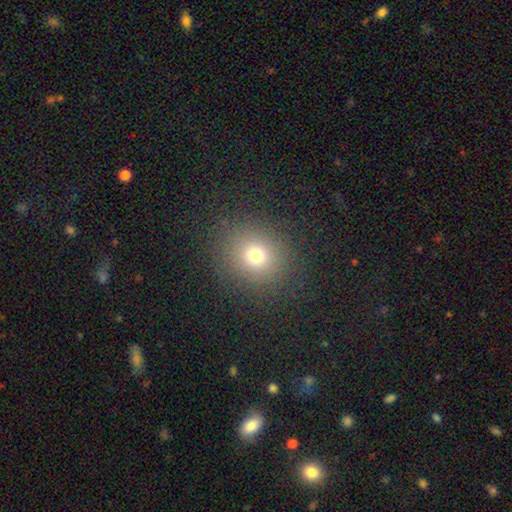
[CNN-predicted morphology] Overall: smooth (72%). How rounded: round (81%). Merging: none (87%).